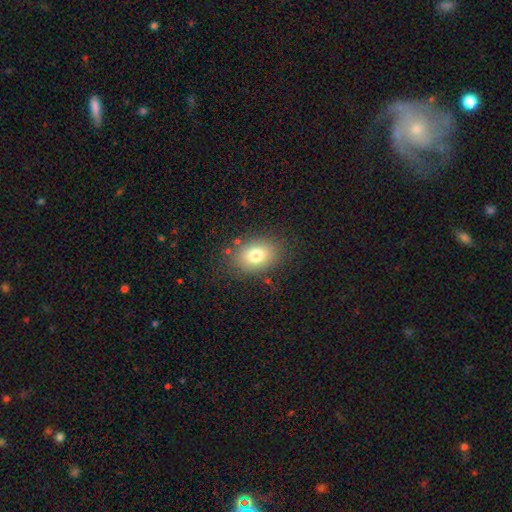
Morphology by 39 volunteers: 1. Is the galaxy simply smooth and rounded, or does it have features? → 79% smooth, 13% featured or disk, 8% star or artifact.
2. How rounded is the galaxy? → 58% in between, 42% round, 0% cigar-shaped.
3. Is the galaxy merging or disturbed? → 81% none, 11% minor disturbance, 6% major disturbance, 3% merger.